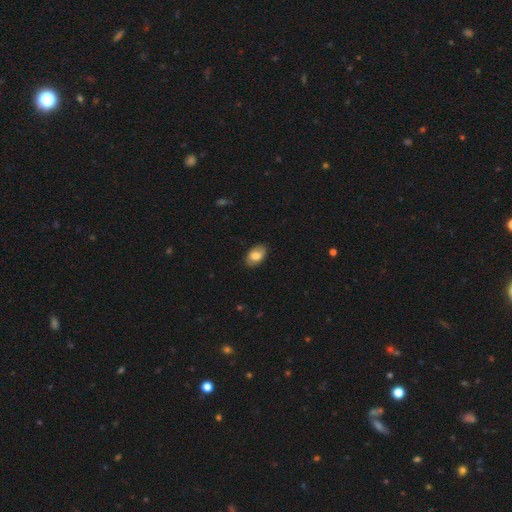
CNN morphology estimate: smooth_or_featured: smooth (p=0.74) [alt: featured or disk p=0.19]
how_rounded: in between (p=0.90) [alt: round p=0.09]
merging: none (p=0.84) [alt: minor disturbance p=0.12]